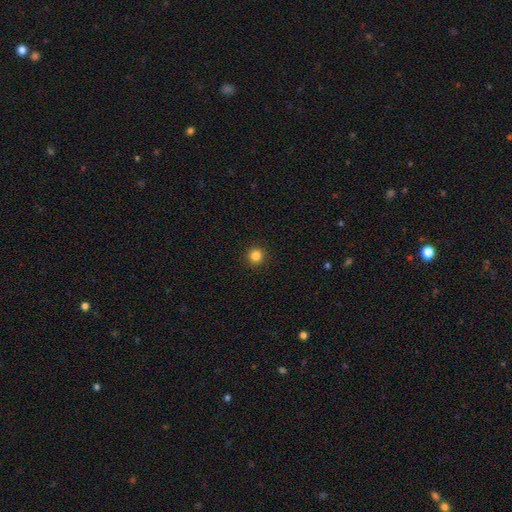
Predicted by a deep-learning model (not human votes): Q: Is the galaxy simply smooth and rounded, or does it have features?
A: smooth — 84%.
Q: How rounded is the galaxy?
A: round — 96%.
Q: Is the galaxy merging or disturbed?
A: none — 93%.